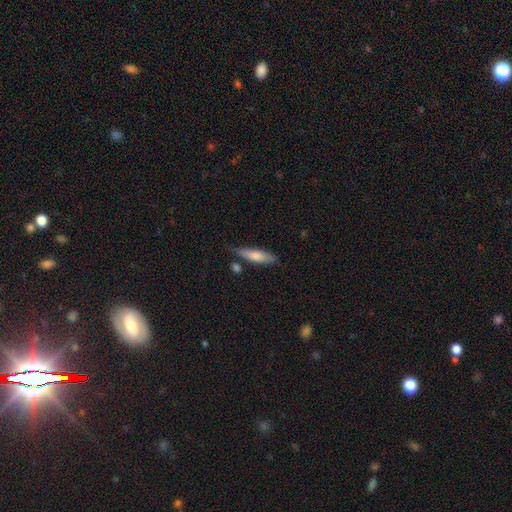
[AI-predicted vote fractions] This is likely a smooth galaxy (74%). How rounded: likely cigar-shaped (69%). Merging: likely none (73%).